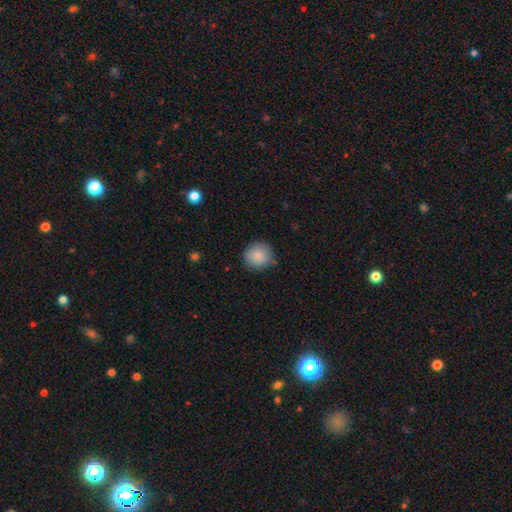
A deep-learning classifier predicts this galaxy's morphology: This is clearly a smooth galaxy (88%). How rounded: clearly round (92%). Merging: clearly none (85%).